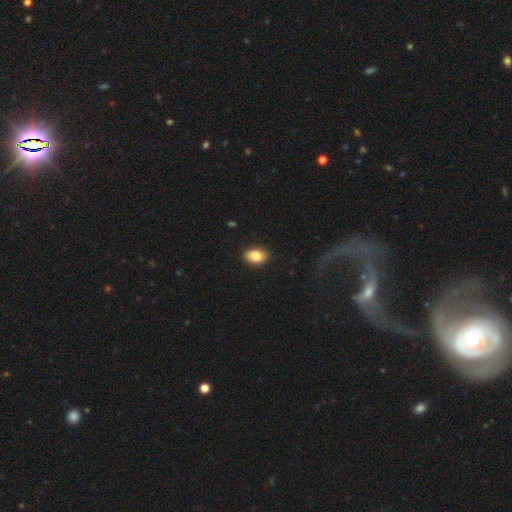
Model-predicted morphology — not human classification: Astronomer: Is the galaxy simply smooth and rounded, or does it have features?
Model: smooth — 87%.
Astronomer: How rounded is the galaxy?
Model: in between — 82%.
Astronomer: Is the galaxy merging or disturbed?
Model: none — 87%.